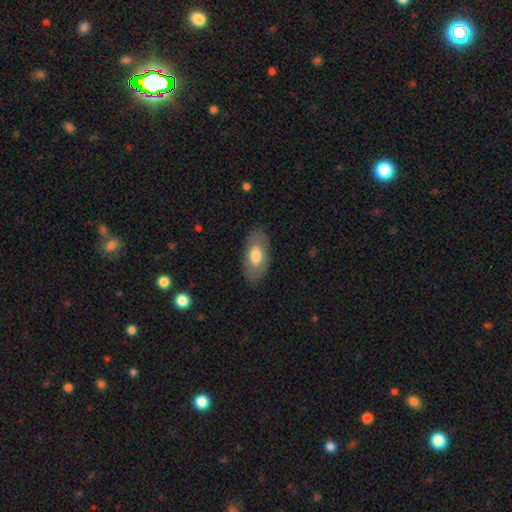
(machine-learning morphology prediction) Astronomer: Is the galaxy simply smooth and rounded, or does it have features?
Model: smooth — 67%.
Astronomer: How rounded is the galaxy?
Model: in between — 92%.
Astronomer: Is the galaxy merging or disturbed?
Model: none — 84%.